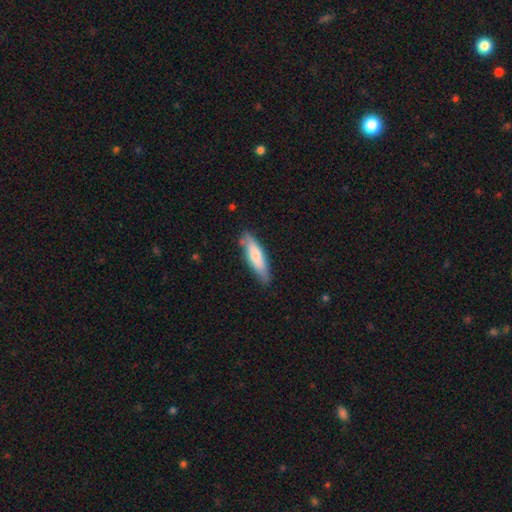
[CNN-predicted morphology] smooth 72%, featured or disk 23%, star or artifact 5%. Down the decision tree: how rounded — cigar-shaped (65%); merging — none (79%).